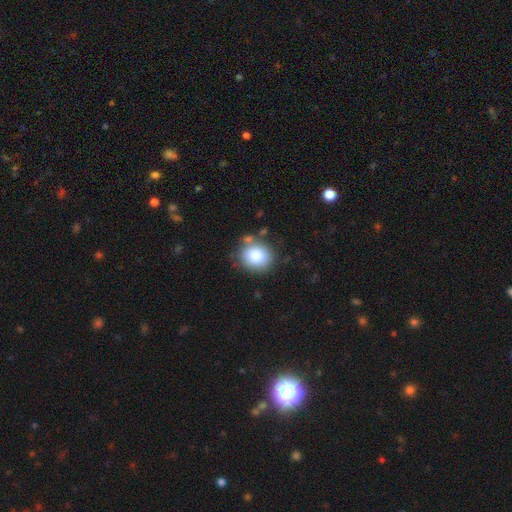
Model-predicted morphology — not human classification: This appears to be a smooth galaxy with no disk features (84%) that is round (74%). Merging: none (75%).